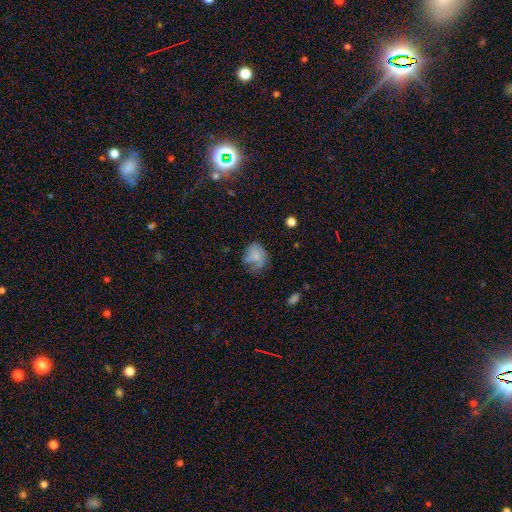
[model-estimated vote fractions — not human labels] Smooth or featured? smooth (69%)
How rounded? round (55%)
Merging? none (47%)